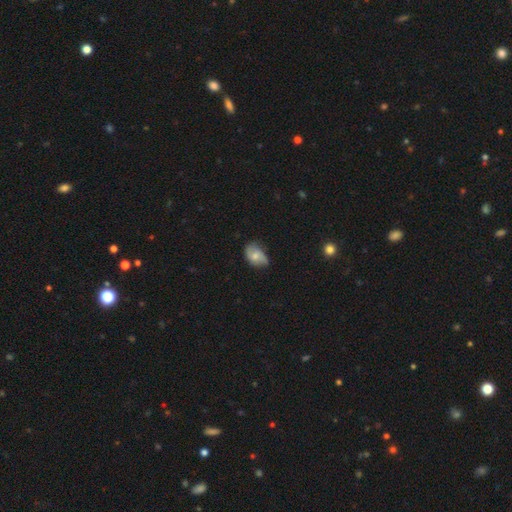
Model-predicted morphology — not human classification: Smooth or featured? Predicted: smooth (p=0.49). Merging? Predicted: none (p=0.50).